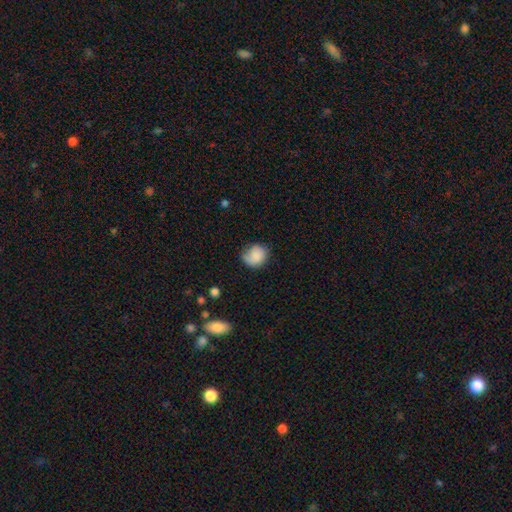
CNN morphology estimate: This appears to be a smooth galaxy with no disk features (83%) that is round (70%). Merging: none (60%).